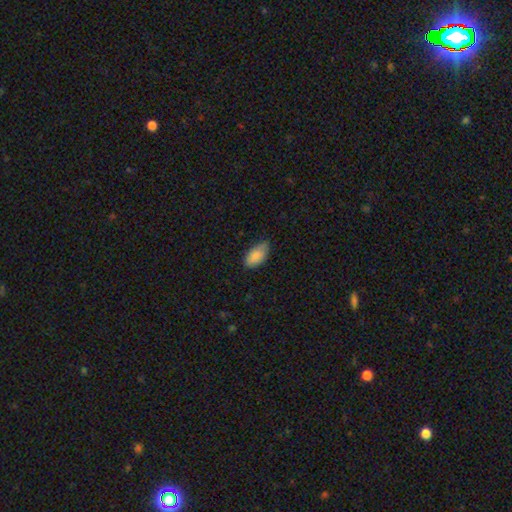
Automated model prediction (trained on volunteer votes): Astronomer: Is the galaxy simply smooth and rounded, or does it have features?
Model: smooth — 87%.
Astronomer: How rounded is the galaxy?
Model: in between — 94%.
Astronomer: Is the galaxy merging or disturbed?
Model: none — 74%.